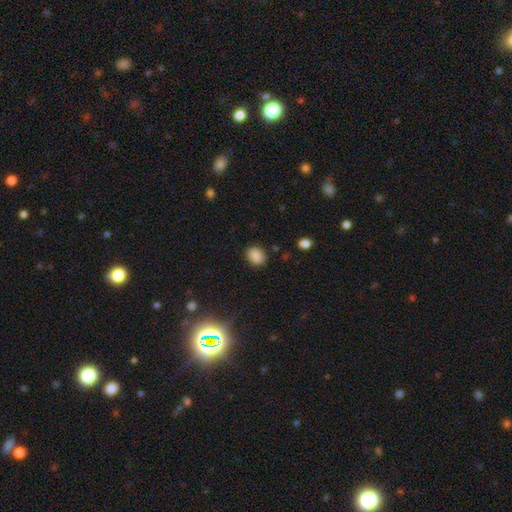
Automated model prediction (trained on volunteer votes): Q: Smooth or featured?
A: smooth (86%); runner-up: star or artifact (10%)
Q: How rounded?
A: in between (56%); runner-up: round (43%)
Q: Merging?
A: none (84%); runner-up: minor disturbance (11%)